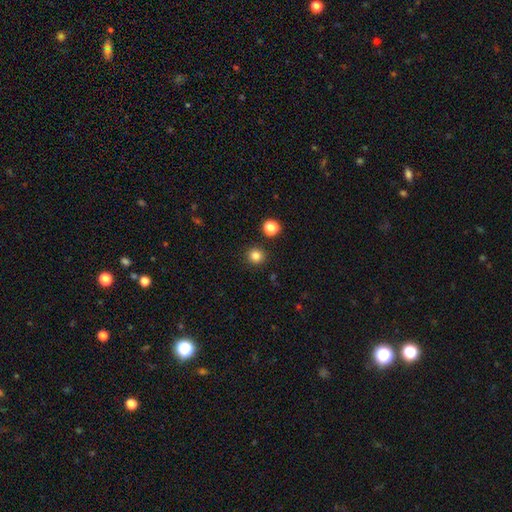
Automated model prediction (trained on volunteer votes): Morphology: type=smooth (83%); roundness=round (92%); merging=none (91%).